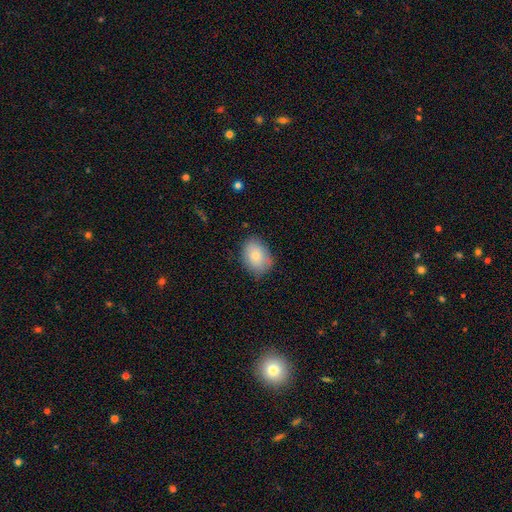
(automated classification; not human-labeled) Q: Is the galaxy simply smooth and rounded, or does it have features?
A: smooth — 81%.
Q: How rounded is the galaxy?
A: in between — 73%.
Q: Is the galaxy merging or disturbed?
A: none — 77%.